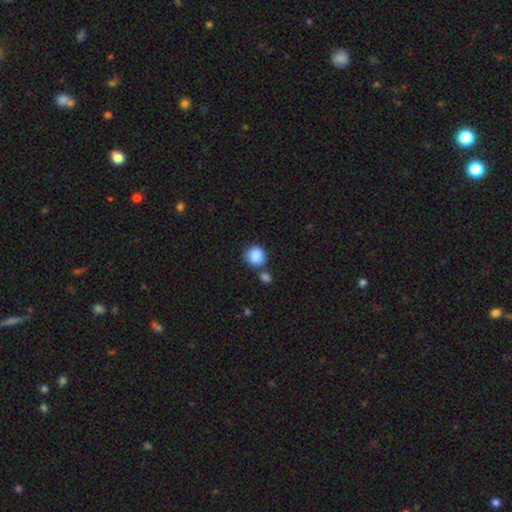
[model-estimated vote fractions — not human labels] Smooth or featured? Predicted: smooth (p=0.88). How rounded? Predicted: round (p=0.87). Merging? Predicted: none (p=0.60).